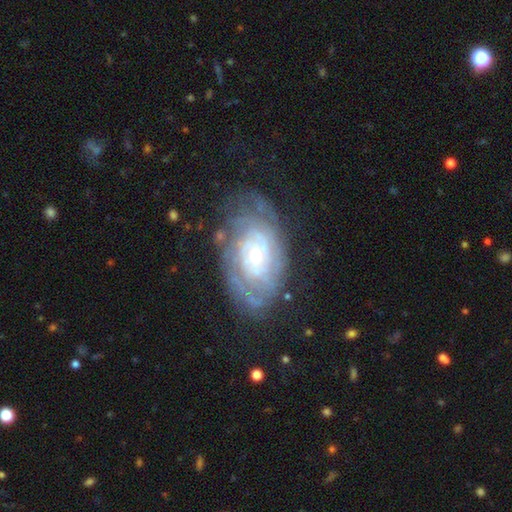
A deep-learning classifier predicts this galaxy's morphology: This appears to be a featured or disk galaxy (84%) with no bar (69%), tight (77%) spiral arms (93%) and a small central bulge (48%). Merging: none (68%).